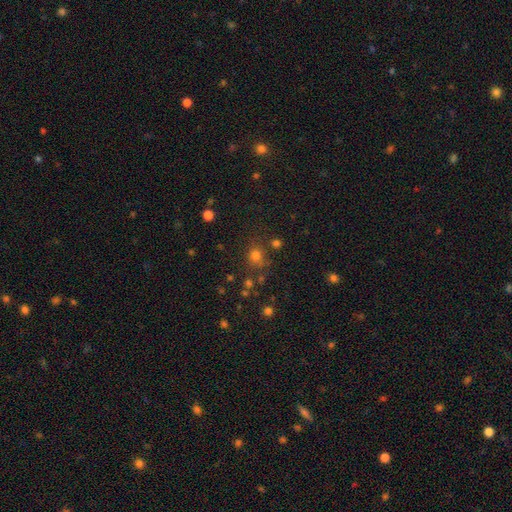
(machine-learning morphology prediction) Smooth or featured: smooth — 70% (star or artifact — 23%)
How rounded: round — 84% (in between — 15%)
Merging: none — 74% (minor disturbance — 12%)